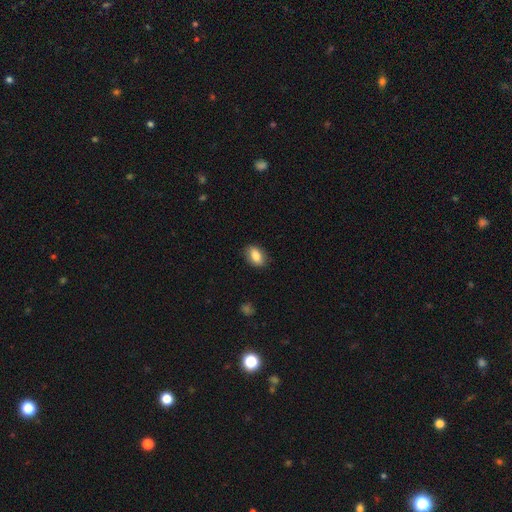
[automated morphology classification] Q: Smooth or featured?
A: smooth (85%); runner-up: featured or disk (8%)
Q: How rounded?
A: in between (87%); runner-up: round (10%)
Q: Merging?
A: none (85%); runner-up: minor disturbance (11%)